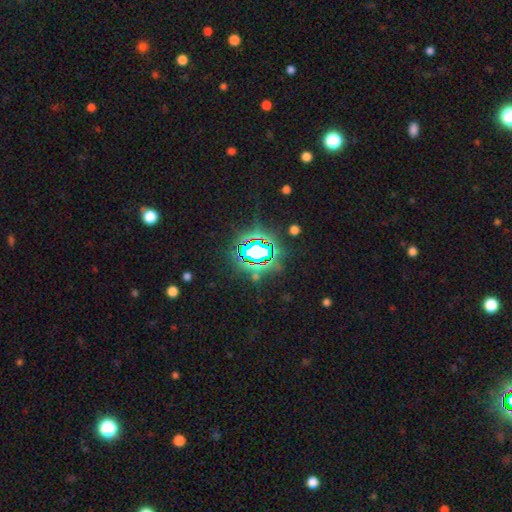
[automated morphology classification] star or artifact 78%, smooth 13%, featured or disk 9%.